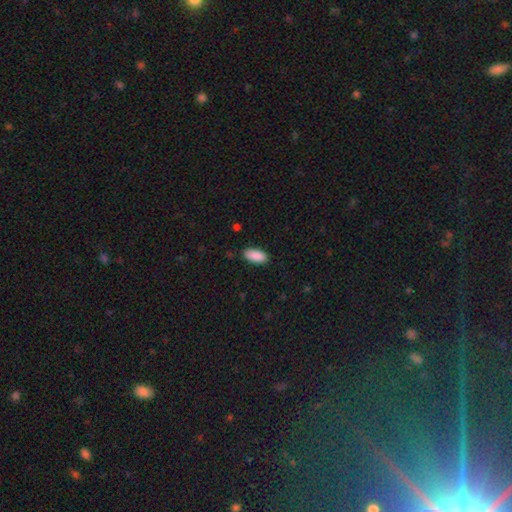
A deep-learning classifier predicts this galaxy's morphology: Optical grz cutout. It shows a smooth galaxy with no disk features (91%) that is in between round and cigar-shaped (91%). Merging: none (88%).